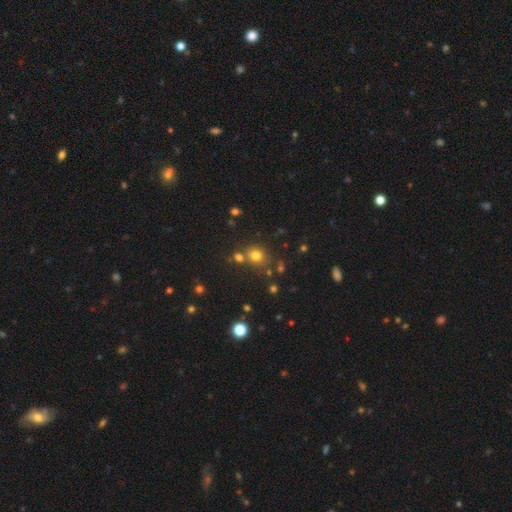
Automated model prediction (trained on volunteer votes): Q: Smooth or featured?
A: smooth (73%); runner-up: star or artifact (19%)
Q: How rounded?
A: round (81%); runner-up: in between (18%)
Q: Merging?
A: none (68%); runner-up: merger (18%)